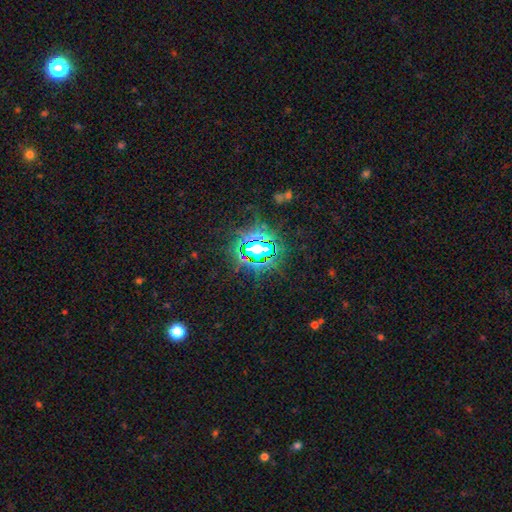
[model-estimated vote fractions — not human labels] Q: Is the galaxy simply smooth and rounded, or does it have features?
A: star or artifact — 77%.